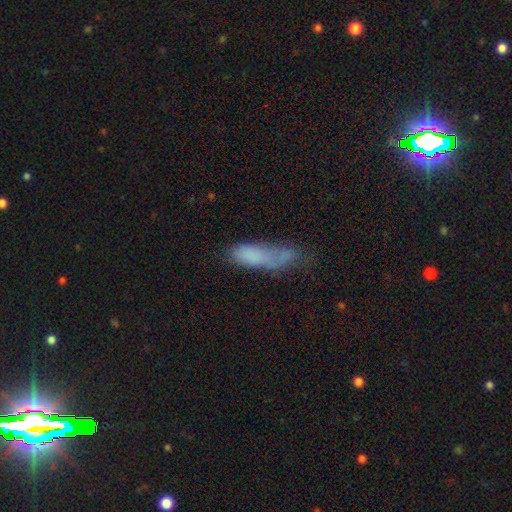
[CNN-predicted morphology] Q: Smooth or featured?
A: smooth (71%); runner-up: featured or disk (19%)
Q: How rounded?
A: cigar-shaped (53%); runner-up: in between (44%)
Q: Merging?
A: none (32%); runner-up: minor disturbance (29%)